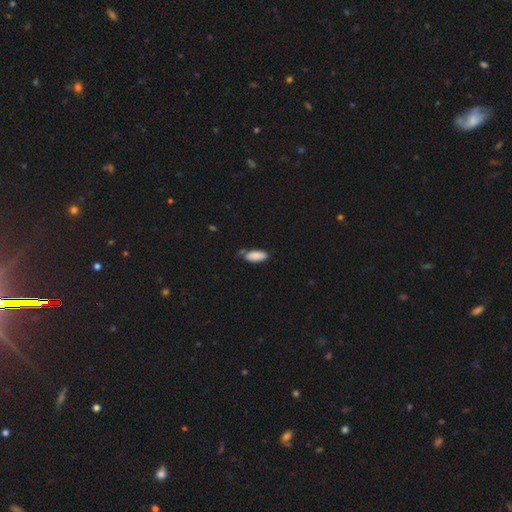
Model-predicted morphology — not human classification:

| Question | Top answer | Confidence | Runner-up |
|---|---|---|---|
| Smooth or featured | smooth | 88% | star or artifact (6%) |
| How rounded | in between | 85% | cigar-shaped (13%) |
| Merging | none | 64% | minor disturbance (26%) |